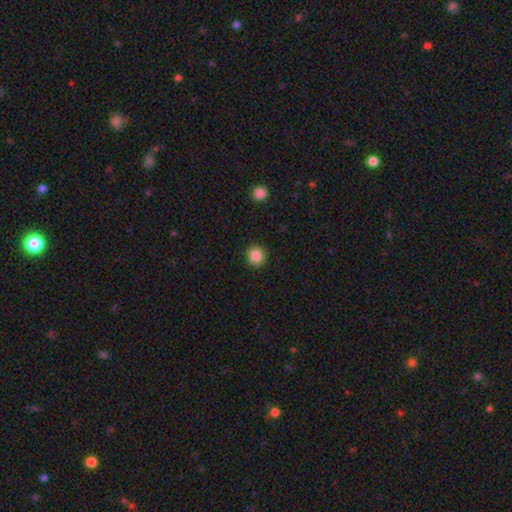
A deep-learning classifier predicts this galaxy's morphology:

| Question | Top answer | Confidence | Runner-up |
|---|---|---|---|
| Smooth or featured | smooth | 86% | star or artifact (10%) |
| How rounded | round | 92% | in between (7%) |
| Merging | none | 92% | minor disturbance (5%) |